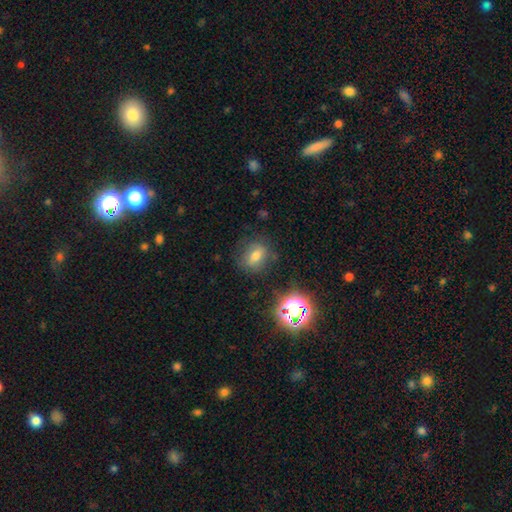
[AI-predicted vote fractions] A smooth galaxy with no disk features (63%) that is in between round and cigar-shaped (54%).

Vote fractions:
- Smooth or featured? smooth: 63% / star or artifact: 20% / featured or disk: 17%
- How rounded? in between: 54% / round: 43% / cigar-shaped: 3%
- Merging? none: 75% / minor disturbance: 16% / major disturbance: 6% / merger: 2%